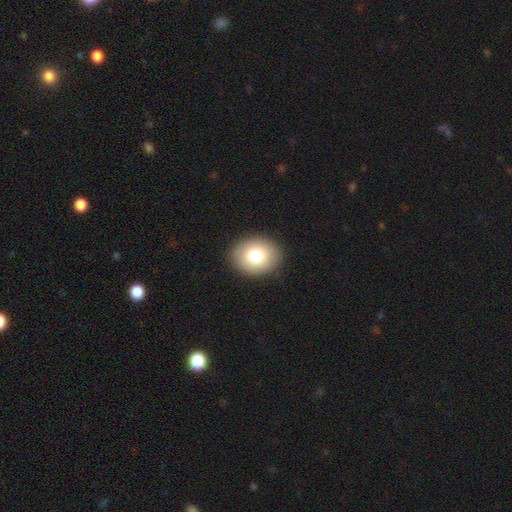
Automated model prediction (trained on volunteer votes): Q: Smooth or featured?
A: smooth (80%); runner-up: featured or disk (12%)
Q: How rounded?
A: round (51%); runner-up: in between (48%)
Q: Merging?
A: none (90%); runner-up: minor disturbance (7%)